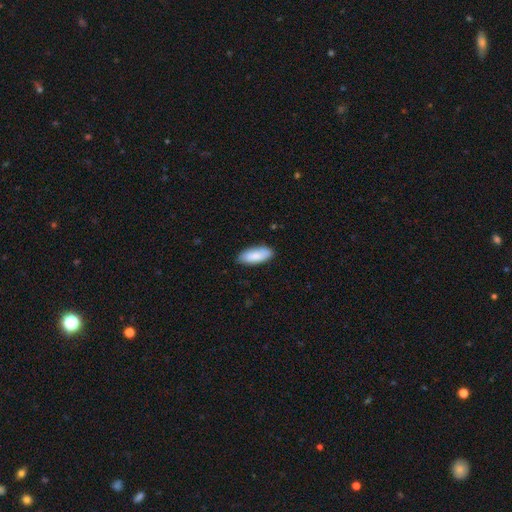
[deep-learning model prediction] Smooth or featured? smooth (85%)
How rounded? in between (86%)
Merging? none (84%)